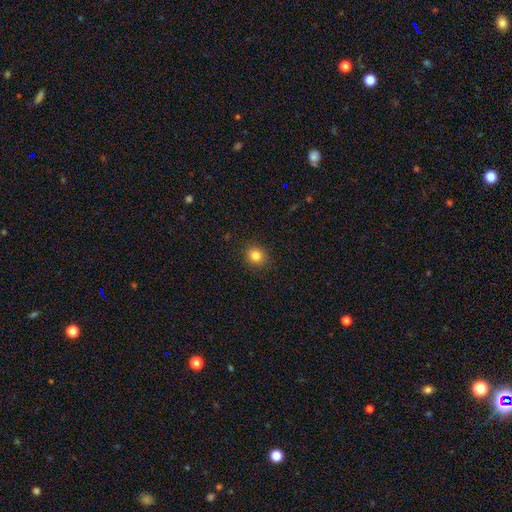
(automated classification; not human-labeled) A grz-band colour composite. It shows a smooth galaxy with no disk features (83%) that is round (85%). Merging: none (91%).